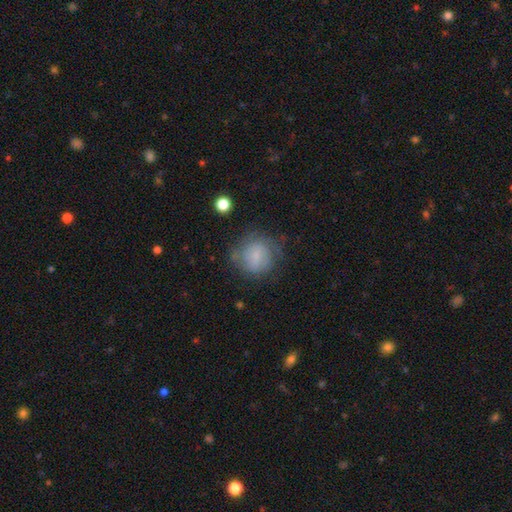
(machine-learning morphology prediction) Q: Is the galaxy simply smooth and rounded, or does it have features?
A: smooth — 62%.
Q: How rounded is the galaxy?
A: round — 81%.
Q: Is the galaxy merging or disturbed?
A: none — 63%.